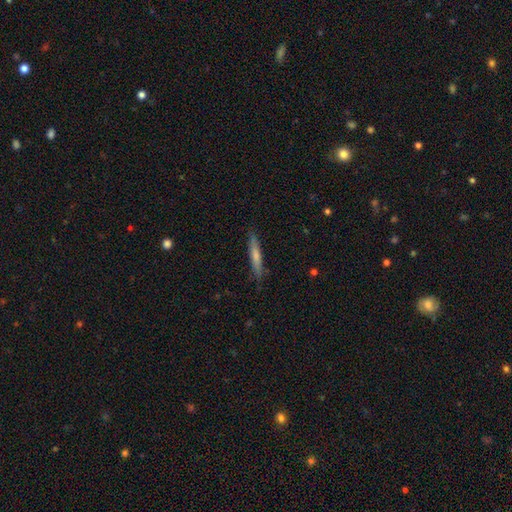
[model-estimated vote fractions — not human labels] smooth 68%, featured or disk 26%, star or artifact 6%. Down the decision tree: how rounded — cigar-shaped (93%); merging — none (86%).